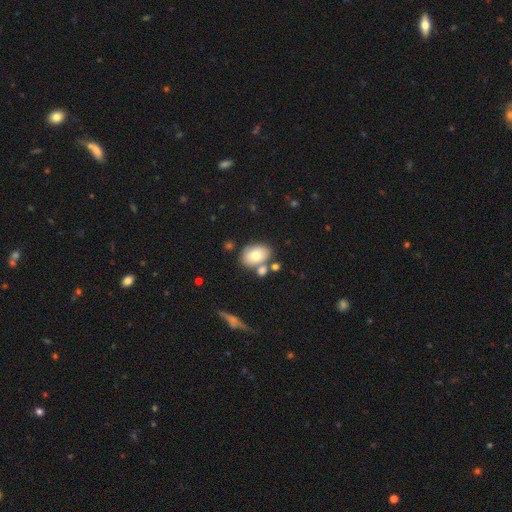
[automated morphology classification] This appears to be a smooth galaxy with no disk features (73%) that is in between round and cigar-shaped (81%). Merging: none (62%).